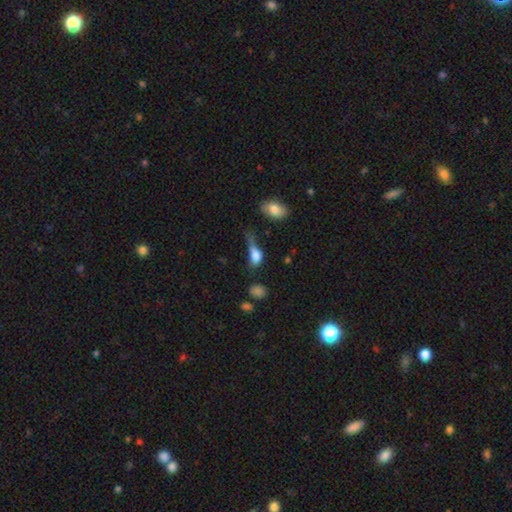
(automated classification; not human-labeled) smooth-or-featured: smooth: 72% | featured or disk: 17% | star or artifact: 11%
  how-rounded: in between: 73% | round: 17% | cigar-shaped: 10%
  merging: major disturbance: 43% | minor disturbance: 23% | none: 19% | merger: 15%